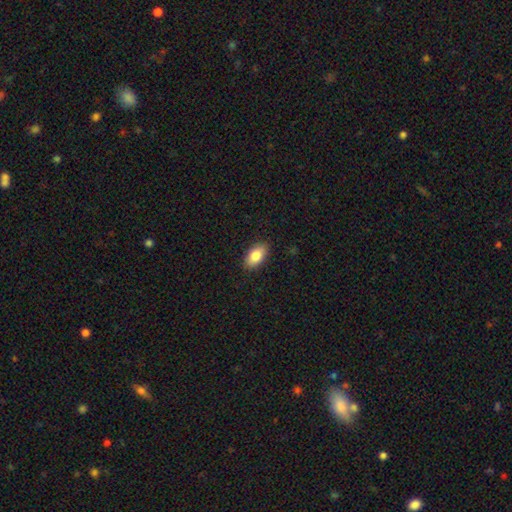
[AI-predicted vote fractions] Smooth or featured: smooth — 83% (featured or disk — 11%)
How rounded: in between — 92% (round — 5%)
Merging: none — 89% (minor disturbance — 9%)